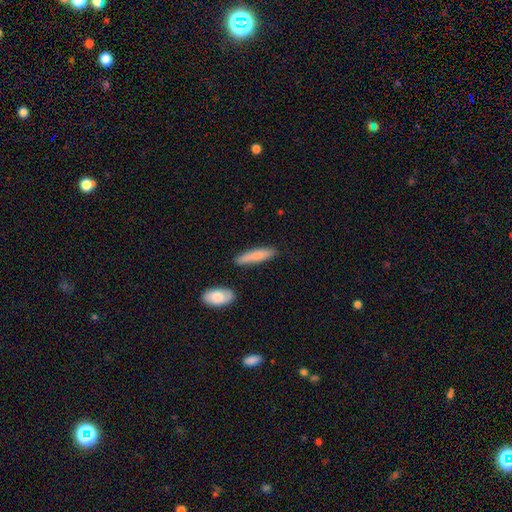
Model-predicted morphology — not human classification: The model was most divided on "how rounded": cigar-shaped: 80%, in between: 18%, round: 2%. More confident: merging — none (82%); smooth or featured — smooth (79%).